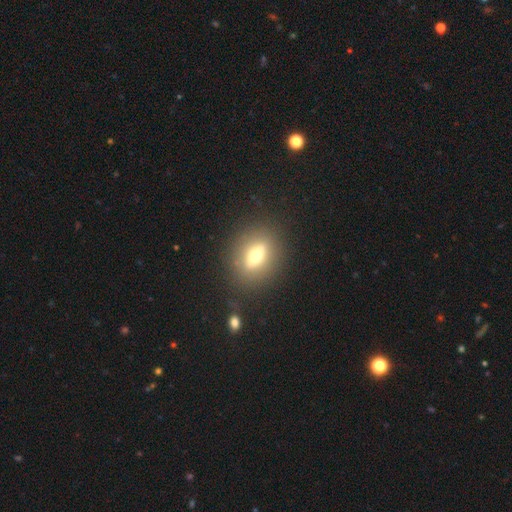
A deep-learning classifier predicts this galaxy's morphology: A smooth galaxy with no disk features (51%) that is in between round and cigar-shaped (57%).

Vote fractions:
- Smooth or featured? smooth: 51% / featured or disk: 38% / star or artifact: 11%
- How rounded? in between: 57% / round: 32% / cigar-shaped: 10%
- Merging? none: 84% / minor disturbance: 9% / major disturbance: 5% / merger: 2%